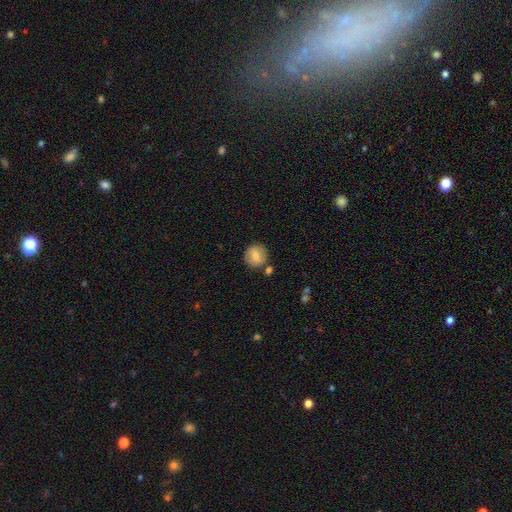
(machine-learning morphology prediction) smooth_or_featured: smooth (p=0.75) [alt: featured or disk p=0.17]
how_rounded: round (p=0.86) [alt: in between p=0.13]
merging: none (p=0.75) [alt: minor disturbance p=0.12]